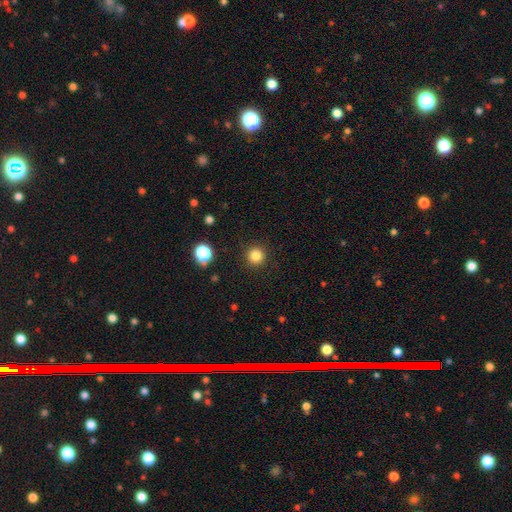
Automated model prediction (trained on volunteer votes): smooth-or-featured: smooth: 83% | star or artifact: 13% | featured or disk: 4%
  how-rounded: round: 95% | in between: 4% | cigar-shaped: 1%
  merging: none: 92% | minor disturbance: 5% | major disturbance: 2% | merger: 1%